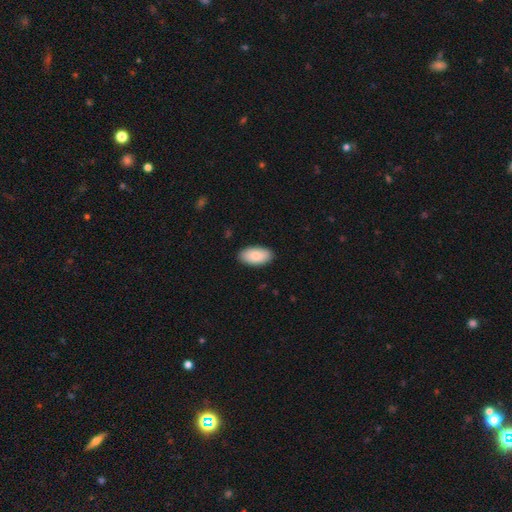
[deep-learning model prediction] Morphology: type=smooth (85%); roundness=in between (95%); merging=none (88%).